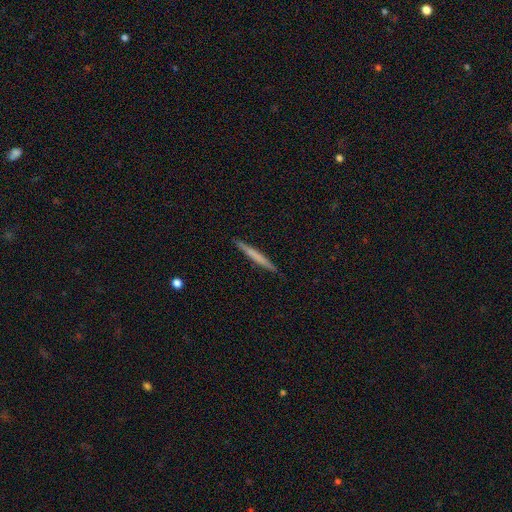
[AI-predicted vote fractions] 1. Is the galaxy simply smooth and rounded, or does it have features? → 57% smooth, 37% featured or disk, 5% star or artifact.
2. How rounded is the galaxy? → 97% cigar-shaped, 2% in between, 1% round.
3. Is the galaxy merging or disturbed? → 91% none, 7% minor disturbance, 1% major disturbance, 1% merger.